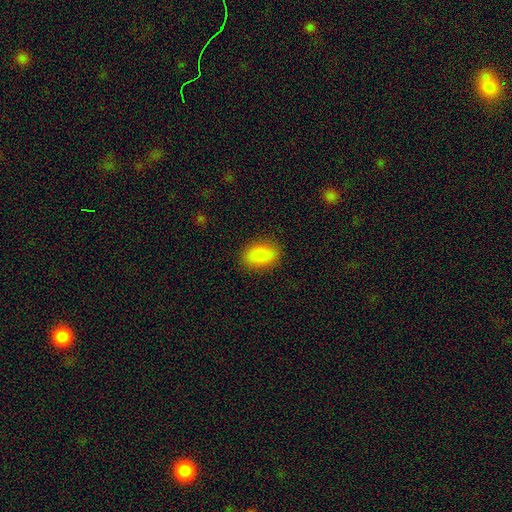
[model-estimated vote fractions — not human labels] Smooth or featured: smooth — 83% (star or artifact — 12%)
How rounded: in between — 85% (round — 13%)
Merging: none — 88% (minor disturbance — 9%)